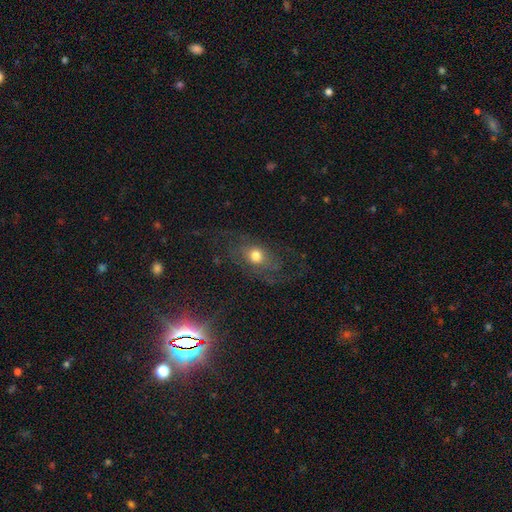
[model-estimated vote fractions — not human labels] smooth-or-featured: featured or disk: 54% | smooth: 33% | star or artifact: 13%
  disk-edge-on: no: 88% | yes: 12%
  merging: none: 57% | major disturbance: 23% | minor disturbance: 18% | merger: 2%